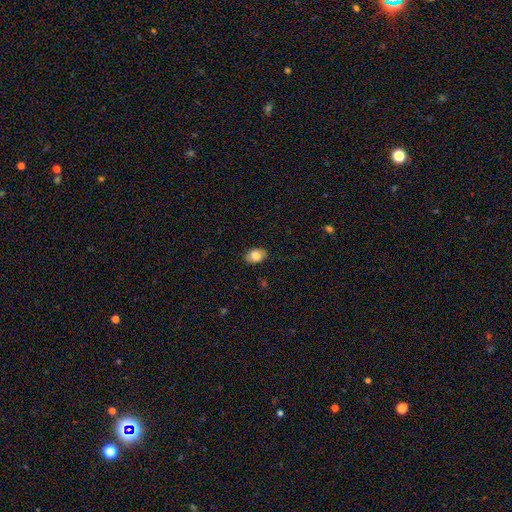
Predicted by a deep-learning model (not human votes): Smooth or featured: smooth — 80% (featured or disk — 12%)
How rounded: in between — 81% (round — 18%)
Merging: none — 84% (minor disturbance — 13%)